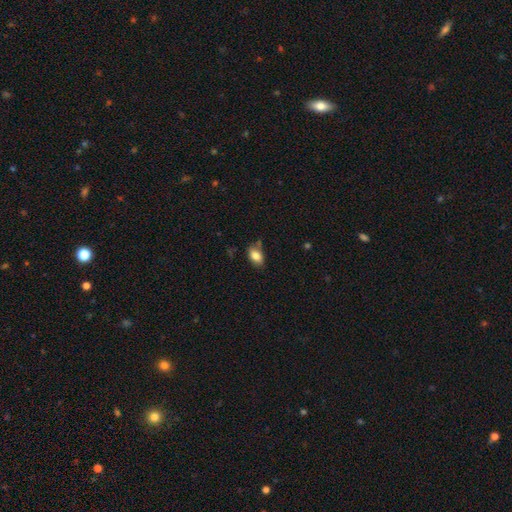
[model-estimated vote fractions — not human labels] smooth 82%, featured or disk 9%, star or artifact 8%. Down the decision tree: how rounded — in between (88%); merging — none (65%).